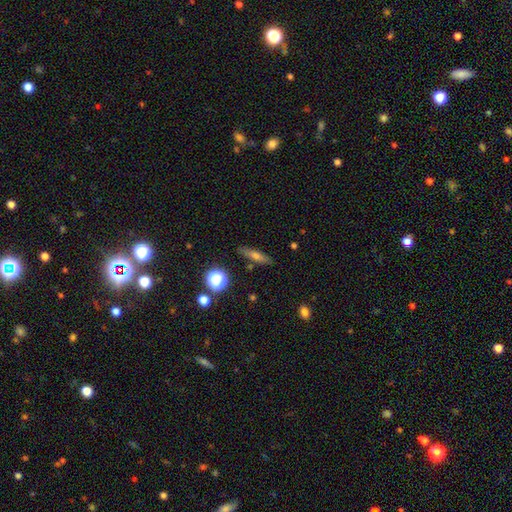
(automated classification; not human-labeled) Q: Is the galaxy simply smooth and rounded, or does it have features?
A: smooth — 60%.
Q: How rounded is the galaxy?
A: cigar-shaped — 72%.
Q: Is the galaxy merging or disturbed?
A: none — 86%.